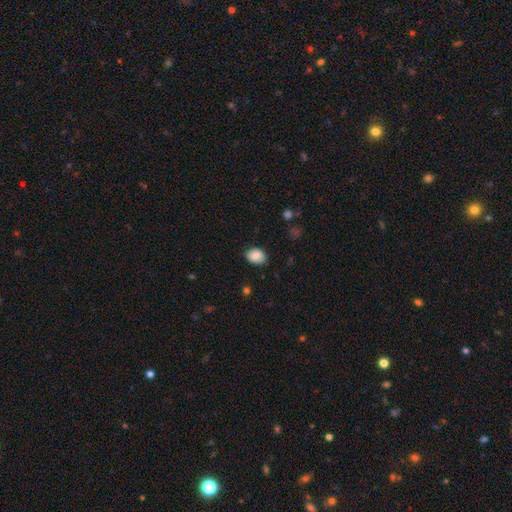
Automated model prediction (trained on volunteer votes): Morphology: type=smooth (85%); roundness=in between (60%); merging=none (80%).